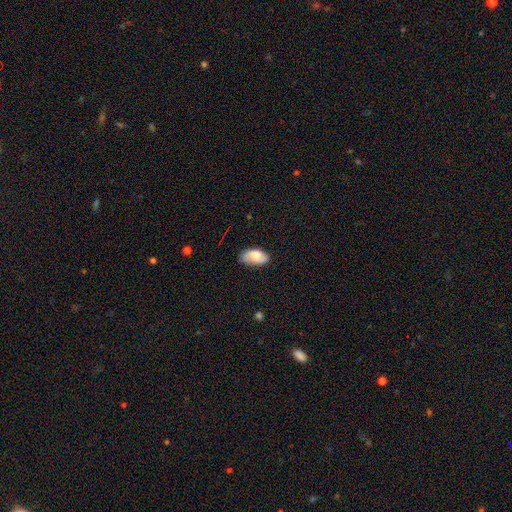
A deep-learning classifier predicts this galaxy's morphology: A smooth galaxy with no disk features (68%) that is in between round and cigar-shaped (94%). Merging: none (68%).